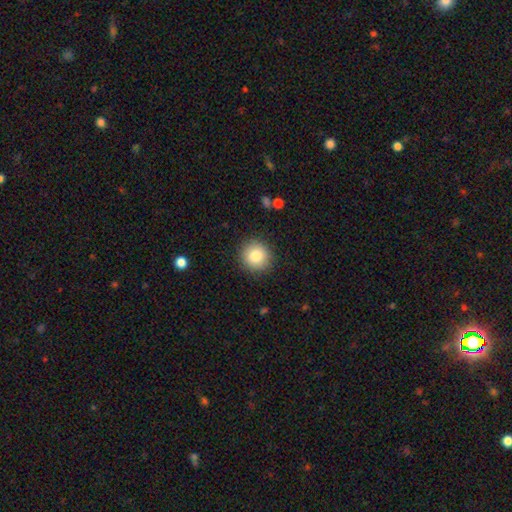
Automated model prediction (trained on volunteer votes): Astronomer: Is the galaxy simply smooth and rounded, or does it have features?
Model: smooth — 84%.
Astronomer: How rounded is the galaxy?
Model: round — 92%.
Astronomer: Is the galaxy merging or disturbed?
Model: none — 90%.